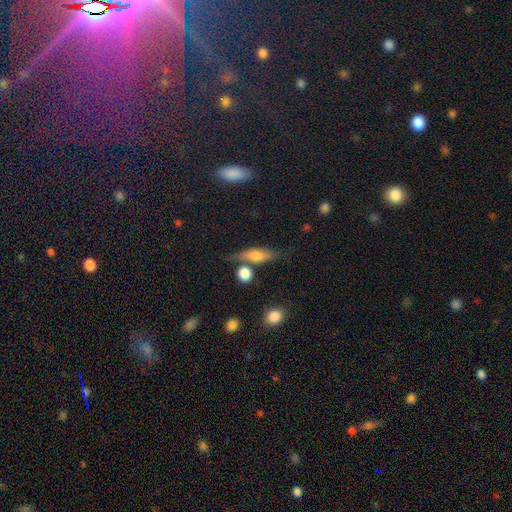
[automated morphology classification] type=smooth (58%); roundness=in between (47%); merging=none (62%).